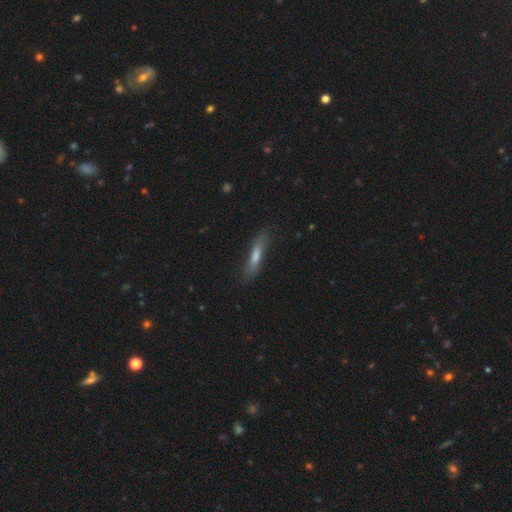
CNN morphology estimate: Smooth or featured? Predicted: smooth (p=0.57). How rounded? Predicted: cigar-shaped (p=0.84). Merging? Predicted: none (p=0.76).